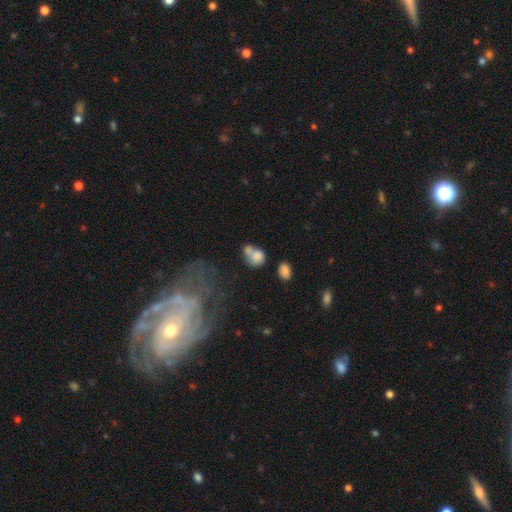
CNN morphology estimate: A smooth galaxy with no disk features (75%) that is round (56%). Merging: merger (50%).